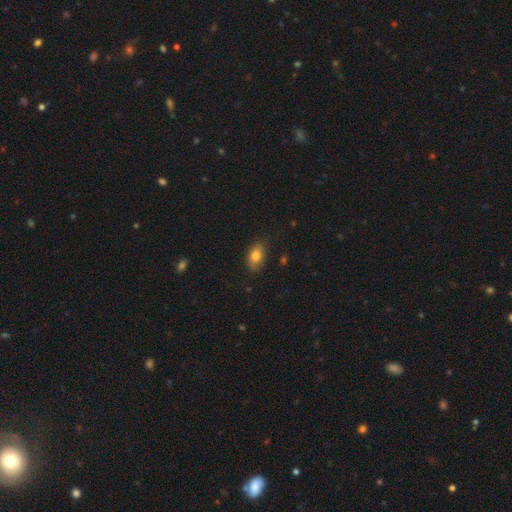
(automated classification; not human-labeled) A smooth galaxy with no disk features (81%) that is in between round and cigar-shaped (86%).

Vote fractions:
- Smooth or featured? smooth: 81% / featured or disk: 10% / star or artifact: 9%
- How rounded? in between: 86% / round: 11% / cigar-shaped: 2%
- Merging? none: 80% / minor disturbance: 16% / major disturbance: 3% / merger: 1%